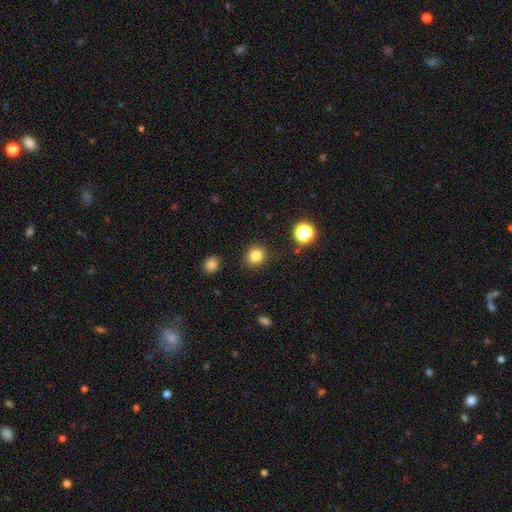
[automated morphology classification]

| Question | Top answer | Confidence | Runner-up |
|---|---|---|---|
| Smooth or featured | smooth | 82% | star or artifact (13%) |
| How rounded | round | 83% | in between (16%) |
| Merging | none | 88% | minor disturbance (8%) |